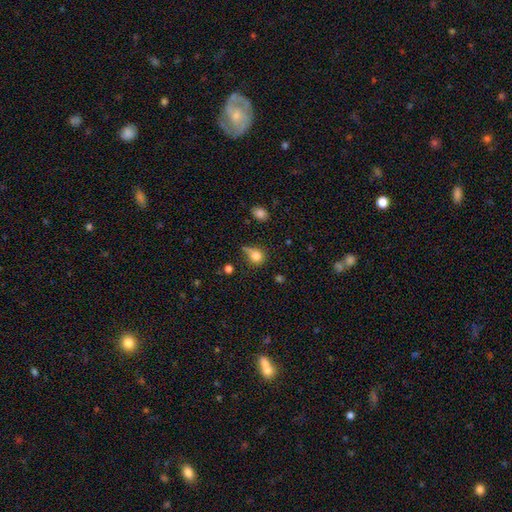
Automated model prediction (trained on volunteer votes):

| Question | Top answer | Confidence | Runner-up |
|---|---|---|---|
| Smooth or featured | smooth | 78% | star or artifact (12%) |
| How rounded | round | 74% | in between (24%) |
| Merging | none | 46% | minor disturbance (28%) |